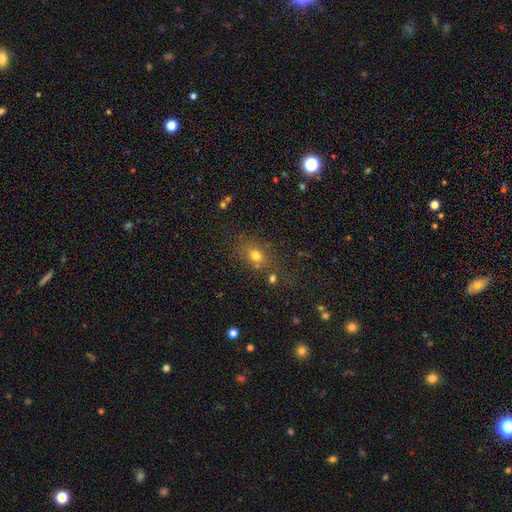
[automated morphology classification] Smooth or featured?
  - smooth: 71% *
  - star or artifact: 17%
  - featured or disk: 12%
How rounded?
  - in between: 58% *
  - round: 40%
  - cigar-shaped: 2%
Merging?
  - none: 67% *
  - minor disturbance: 16%
  - merger: 10%
  - major disturbance: 8%